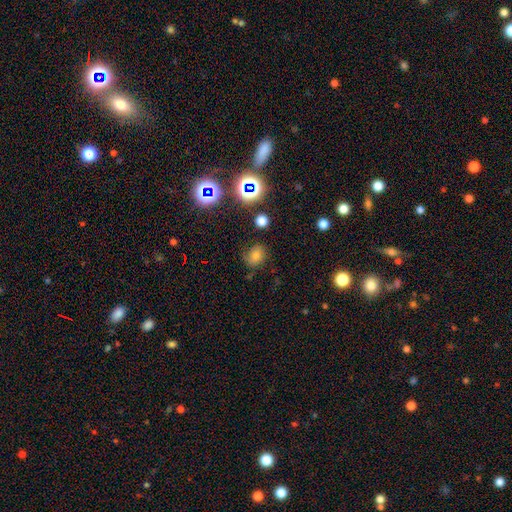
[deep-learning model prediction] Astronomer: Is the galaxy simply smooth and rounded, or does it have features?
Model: smooth — 58%.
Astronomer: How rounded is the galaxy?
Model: round — 54% (runner-up: in between, 45%).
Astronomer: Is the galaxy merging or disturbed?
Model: none — 58%.